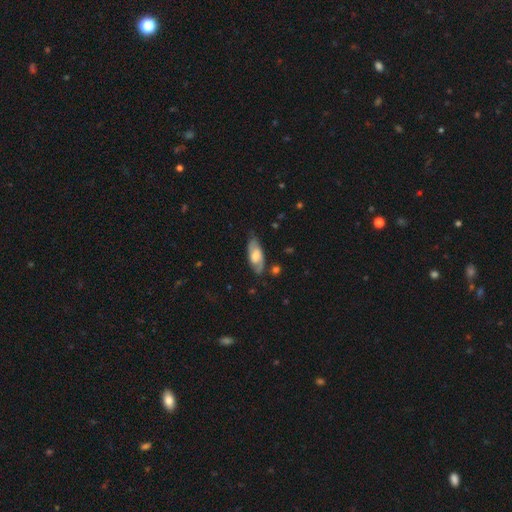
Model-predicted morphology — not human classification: Q: Smooth or featured?
A: featured or disk (57%); runner-up: smooth (37%)
Q: Edge-on disk?
A: no (86%); runner-up: yes (14%)
Q: Merging?
A: none (70%); runner-up: minor disturbance (21%)